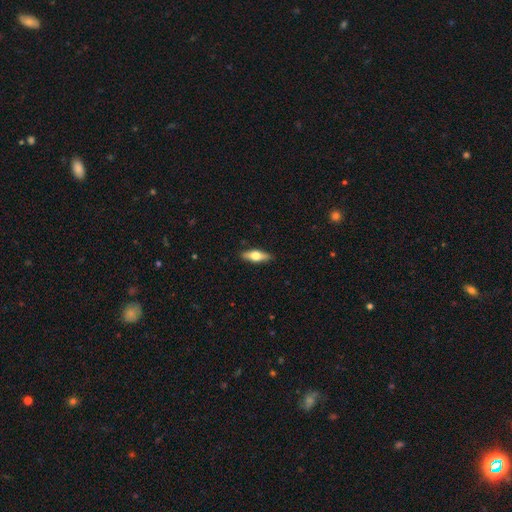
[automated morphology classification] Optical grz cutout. It shows a smooth galaxy with no disk features (53%) that is in between round and cigar-shaped (60%). Merging: none (89%).